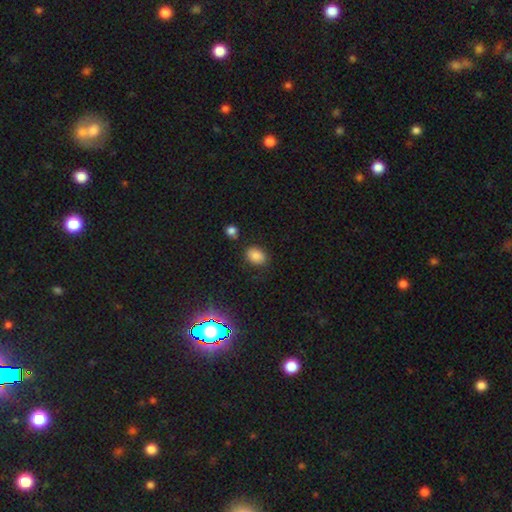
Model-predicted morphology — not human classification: This appears to be a smooth galaxy with no disk features (80%) that is in between round and cigar-shaped (74%). Merging: none (81%).